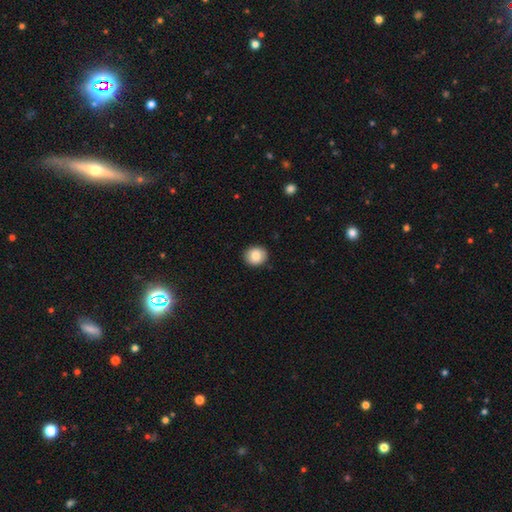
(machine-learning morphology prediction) smooth 85%, star or artifact 8%, featured or disk 7%. Down the decision tree: how rounded — round (79%); merging — none (91%).